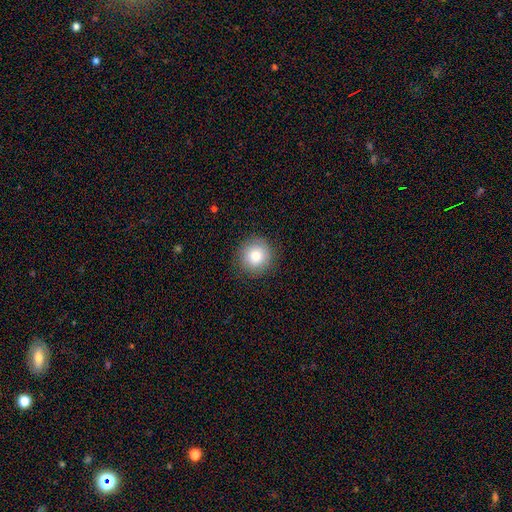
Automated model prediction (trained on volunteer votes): Q: Smooth or featured?
A: smooth (80%); runner-up: featured or disk (10%)
Q: How rounded?
A: round (93%); runner-up: in between (6%)
Q: Merging?
A: none (88%); runner-up: minor disturbance (8%)